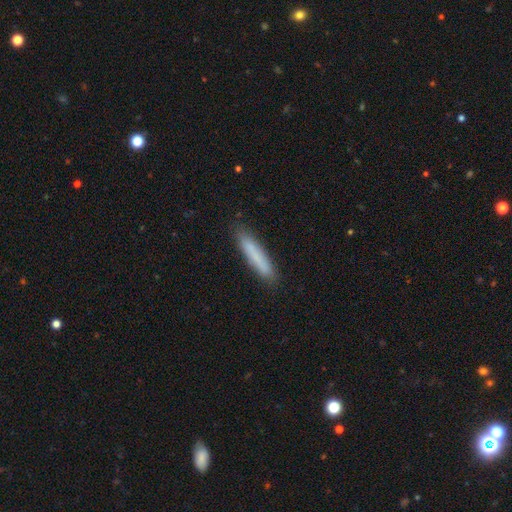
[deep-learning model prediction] This is likely a smooth galaxy (78%). How rounded: clearly cigar-shaped (91%). Merging: clearly none (88%).